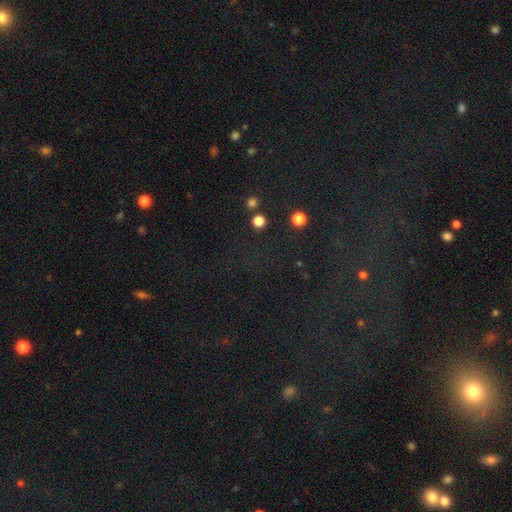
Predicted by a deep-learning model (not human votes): Q: Smooth or featured?
A: star or artifact (72%); runner-up: smooth (18%)